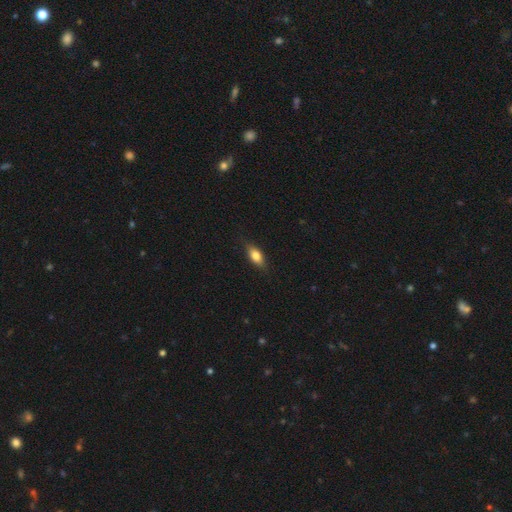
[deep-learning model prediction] This appears to be a smooth galaxy with no disk features (77%) that is in between round and cigar-shaped (82%). Merging: none (82%).